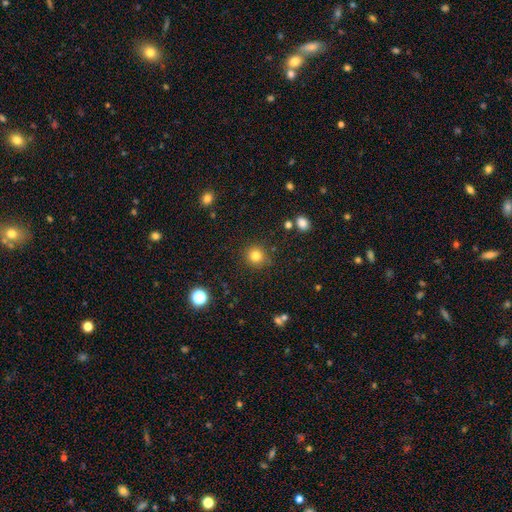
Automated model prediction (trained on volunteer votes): This is clearly a smooth galaxy (82%). How rounded: clearly round (91%). Merging: clearly none (87%).